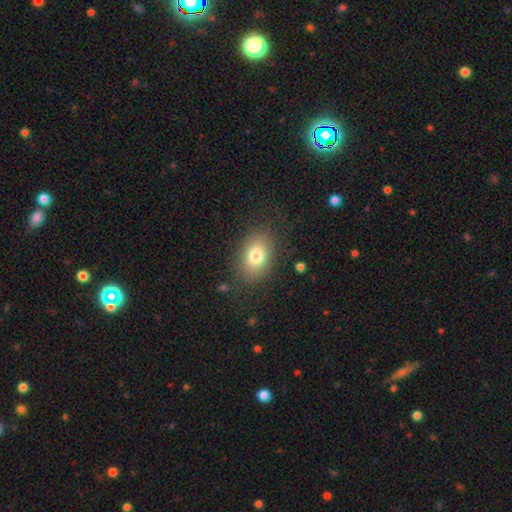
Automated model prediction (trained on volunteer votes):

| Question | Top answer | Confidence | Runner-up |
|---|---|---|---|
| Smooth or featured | smooth | 79% | featured or disk (12%) |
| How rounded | in between | 80% | round (19%) |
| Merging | none | 81% | minor disturbance (12%) |